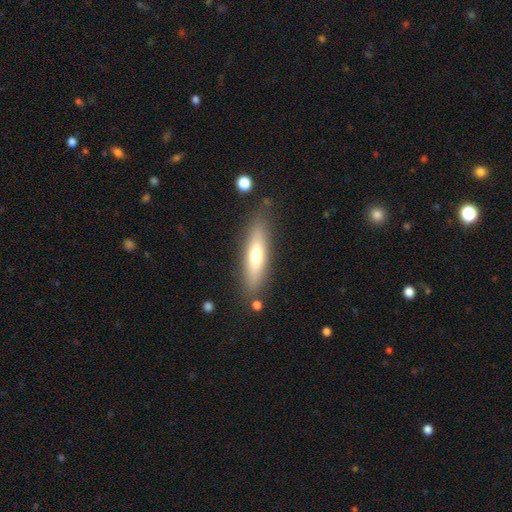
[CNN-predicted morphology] smooth-or-featured: smooth: 60% | featured or disk: 33% | star or artifact: 7%
  how-rounded: cigar-shaped: 77% | in between: 22% | round: 2%
  merging: none: 82% | minor disturbance: 12% | merger: 3% | major disturbance: 3%